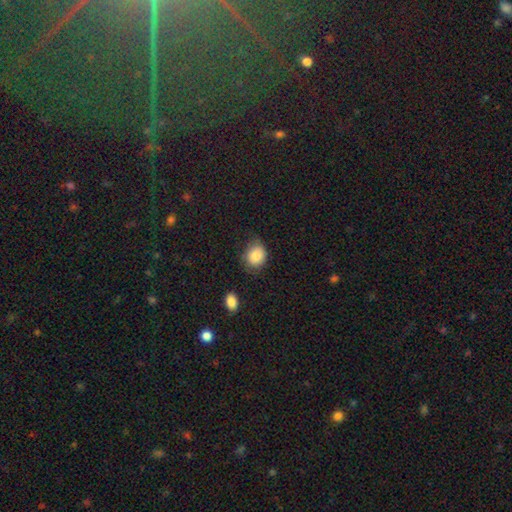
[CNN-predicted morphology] type=smooth (84%); roundness=round (64%); merging=none (65%).